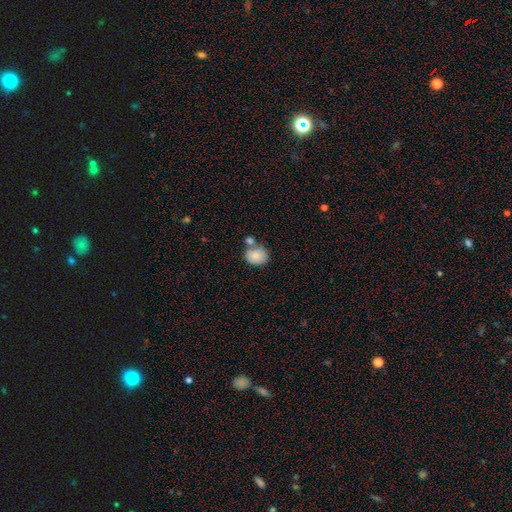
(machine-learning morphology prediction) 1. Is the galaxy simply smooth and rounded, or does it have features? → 81% smooth, 11% featured or disk, 8% star or artifact.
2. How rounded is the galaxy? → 52% round, 47% in between, 1% cigar-shaped.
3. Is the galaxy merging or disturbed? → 47% none, 33% merger, 15% minor disturbance, 5% major disturbance.